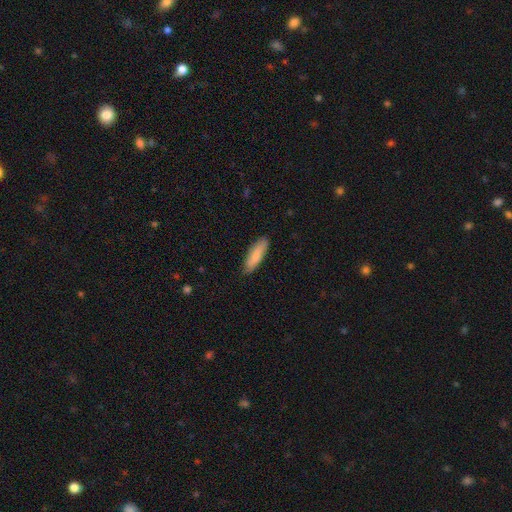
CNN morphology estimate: Smooth or featured? smooth (82%)
How rounded? cigar-shaped (54%)
Merging? none (83%)